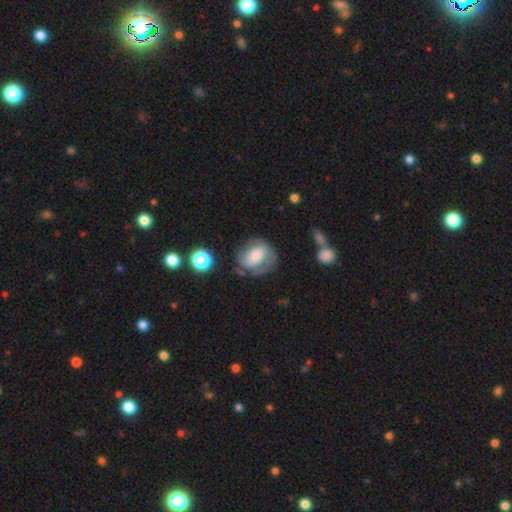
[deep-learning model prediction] smooth-or-featured: featured or disk: 50% | smooth: 43% | star or artifact: 8%
  merging: none: 53% | minor disturbance: 24% | major disturbance: 19% | merger: 4%